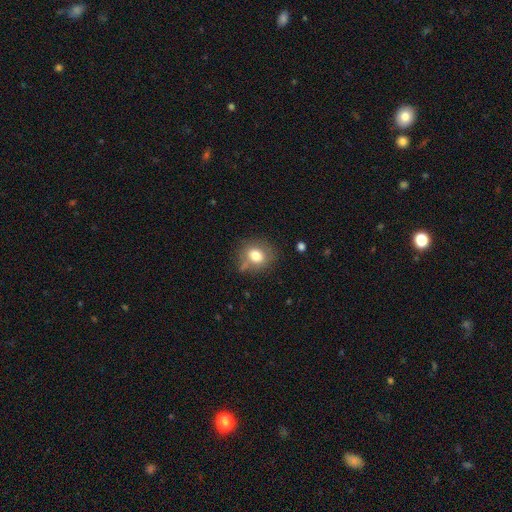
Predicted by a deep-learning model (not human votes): Smooth or featured? Predicted: smooth (p=0.76). How rounded? Predicted: round (p=0.63). Merging? Predicted: none (p=0.67).